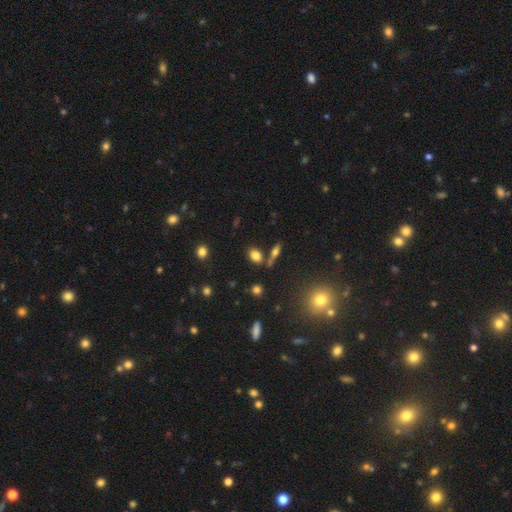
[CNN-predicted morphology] smooth-or-featured: smooth: 78% | star or artifact: 13% | featured or disk: 10%
  how-rounded: in between: 71% | round: 26% | cigar-shaped: 3%
  merging: none: 72% | merger: 13% | minor disturbance: 11% | major disturbance: 3%